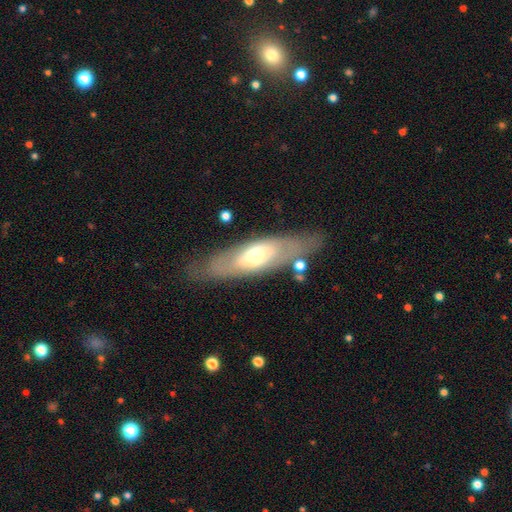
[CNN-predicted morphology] A featured or disk galaxy (50%). Merging: none (75%).